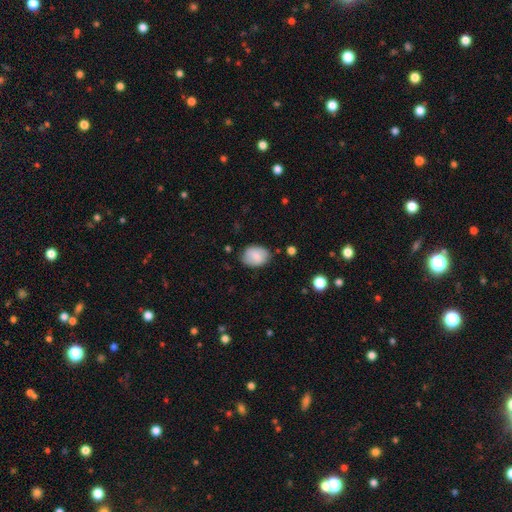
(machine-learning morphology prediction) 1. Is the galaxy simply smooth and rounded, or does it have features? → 80% smooth, 13% featured or disk, 7% star or artifact.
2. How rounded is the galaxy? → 71% in between, 28% round, 1% cigar-shaped.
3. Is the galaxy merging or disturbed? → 77% none, 18% minor disturbance, 4% major disturbance, 2% merger.